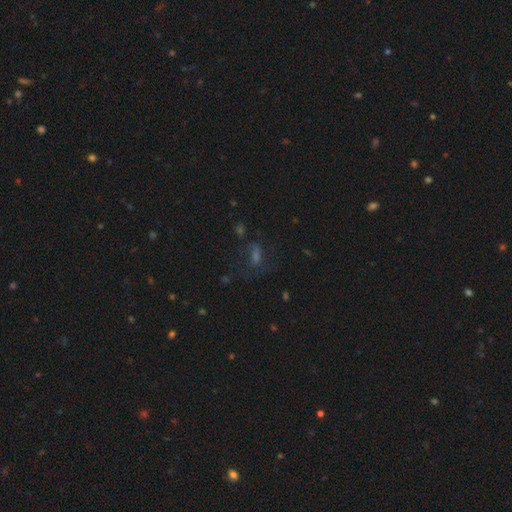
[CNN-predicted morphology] A star or artifact, not a galaxy (39%).